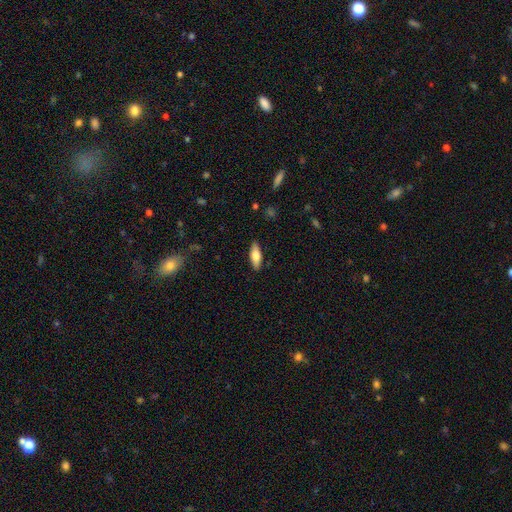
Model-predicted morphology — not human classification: smooth-or-featured: smooth: 68% | featured or disk: 26% | star or artifact: 6%
  how-rounded: in between: 64% | cigar-shaped: 34% | round: 2%
  merging: none: 88% | minor disturbance: 9% | major disturbance: 2% | merger: 1%